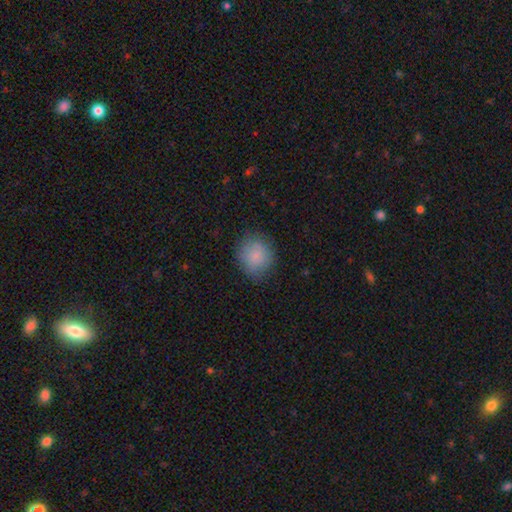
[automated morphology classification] smooth_or_featured: smooth (p=0.84) [alt: star or artifact p=0.08]
how_rounded: round (p=0.84) [alt: in between p=0.15]
merging: none (p=0.79) [alt: minor disturbance p=0.15]